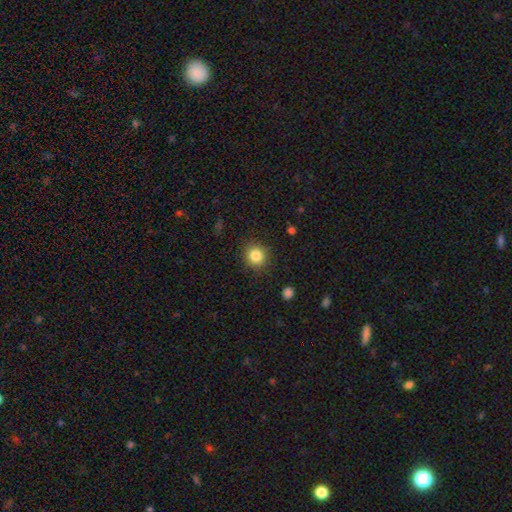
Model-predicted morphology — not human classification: type=smooth (84%); roundness=round (87%); merging=none (88%).